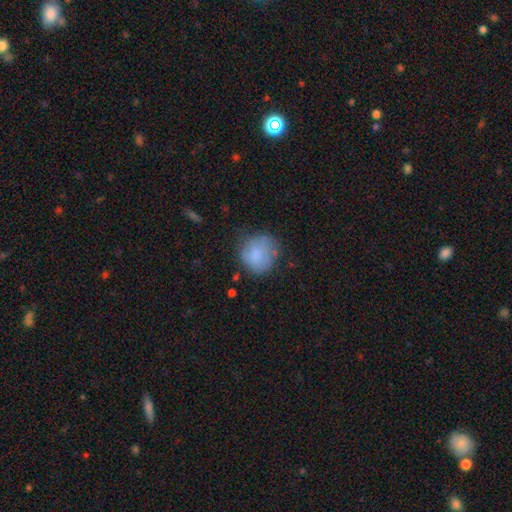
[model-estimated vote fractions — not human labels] This appears to be a smooth galaxy with no disk features (75%) that is round (79%). Merging: none (59%).